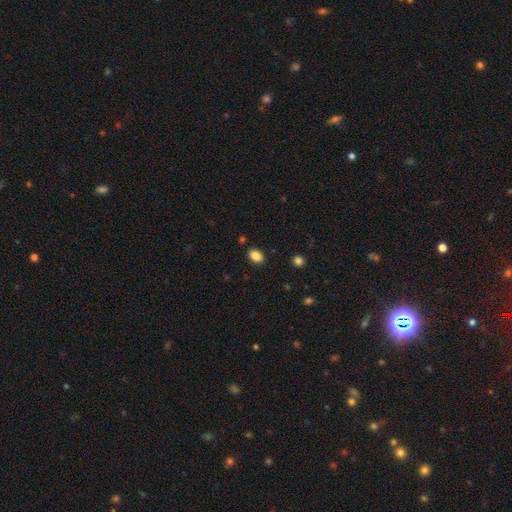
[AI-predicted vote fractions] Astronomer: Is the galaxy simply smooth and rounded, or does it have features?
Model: smooth — 86%.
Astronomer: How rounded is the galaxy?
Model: in between — 81%.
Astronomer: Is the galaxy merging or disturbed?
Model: none — 87%.